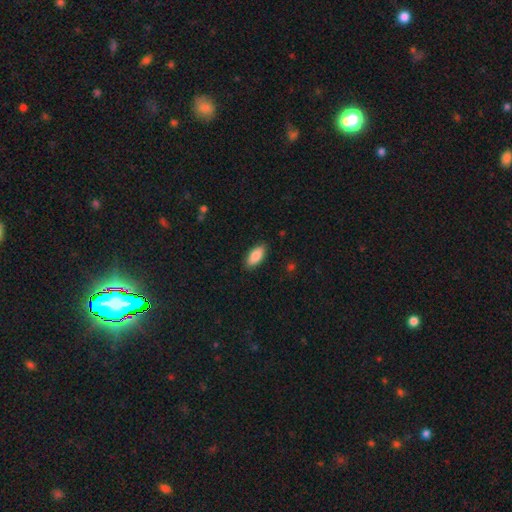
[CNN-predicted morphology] smooth_or_featured: smooth (p=0.87) [alt: featured or disk p=0.07]
how_rounded: in between (p=0.86) [alt: cigar-shaped p=0.12]
merging: none (p=0.87) [alt: minor disturbance p=0.09]